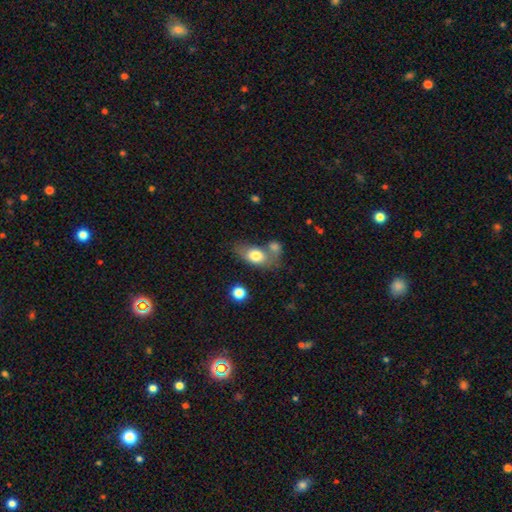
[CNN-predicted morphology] type=smooth (75%); roundness=in between (83%); merging=none (45%).